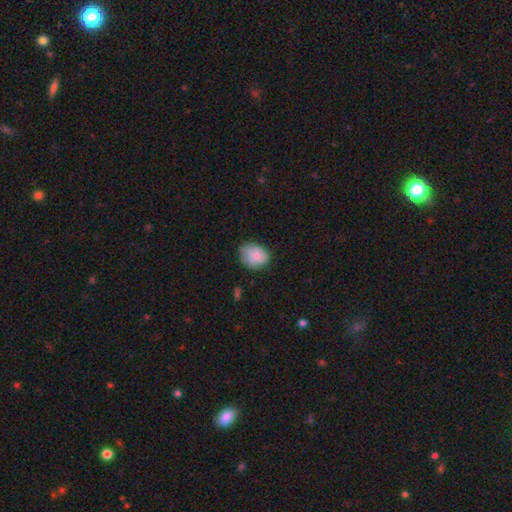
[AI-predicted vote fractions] Smooth or featured: smooth — 82% (featured or disk — 11%)
How rounded: in between — 58% (round — 41%)
Merging: none — 64% (minor disturbance — 29%)